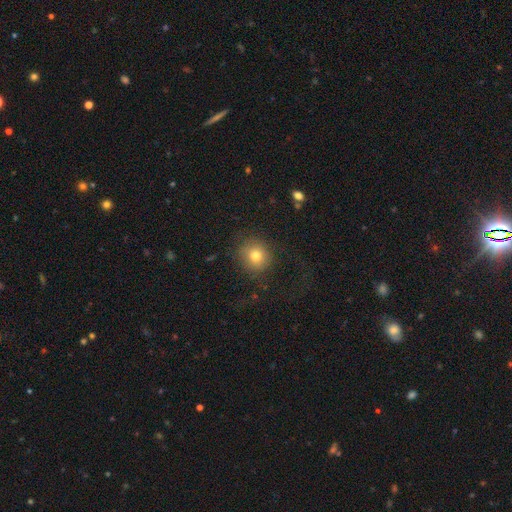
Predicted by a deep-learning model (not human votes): Smooth or featured? smooth (76%)
How rounded? round (87%)
Merging? none (81%)